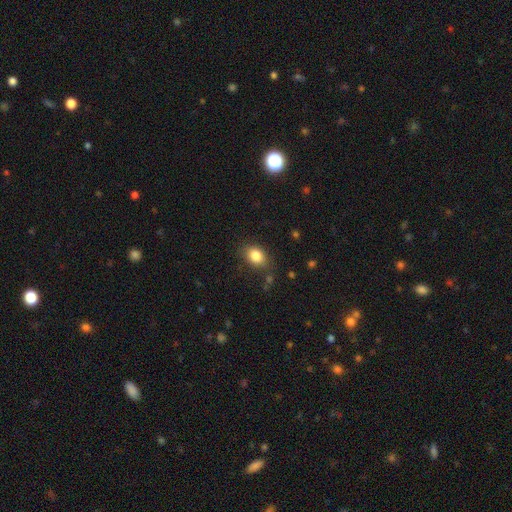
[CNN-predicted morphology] smooth 84%, star or artifact 9%, featured or disk 7%. Down the decision tree: how rounded — in between (71%); merging — none (79%).